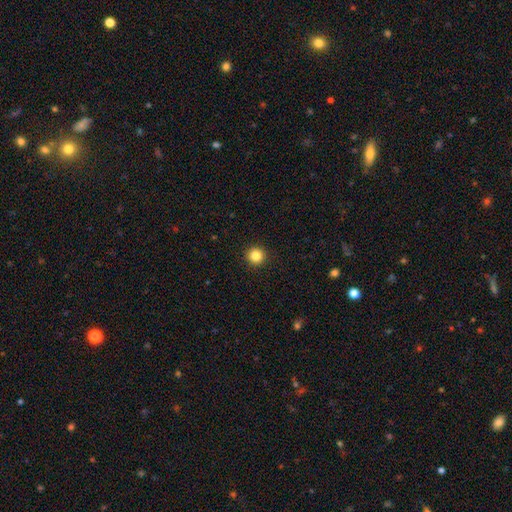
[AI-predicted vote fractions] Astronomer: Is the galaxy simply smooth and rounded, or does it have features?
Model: smooth — 85%.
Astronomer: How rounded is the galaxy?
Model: round — 95%.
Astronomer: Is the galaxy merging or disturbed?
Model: none — 93%.